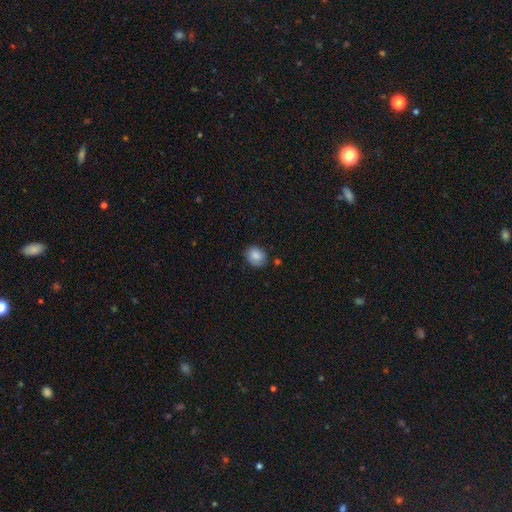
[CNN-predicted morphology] smooth 85%, star or artifact 8%, featured or disk 7%. Down the decision tree: how rounded — round (57%); merging — none (77%).